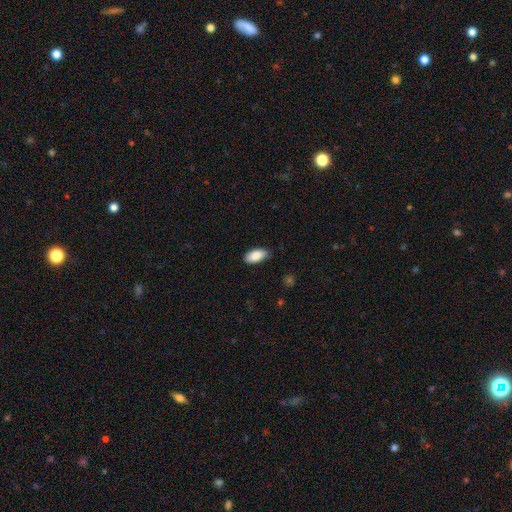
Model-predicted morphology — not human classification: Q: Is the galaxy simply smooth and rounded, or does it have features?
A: smooth — 86%.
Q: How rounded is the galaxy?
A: in between — 93%.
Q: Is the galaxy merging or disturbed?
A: none — 84%.